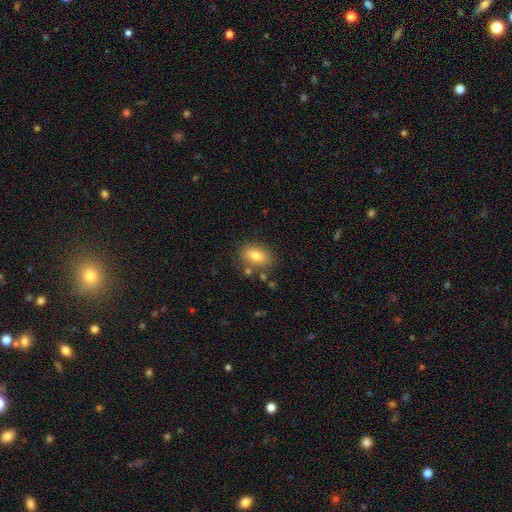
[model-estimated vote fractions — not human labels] Q: Smooth or featured?
A: smooth (78%); runner-up: featured or disk (13%)
Q: How rounded?
A: in between (84%); runner-up: round (13%)
Q: Merging?
A: none (77%); runner-up: minor disturbance (13%)